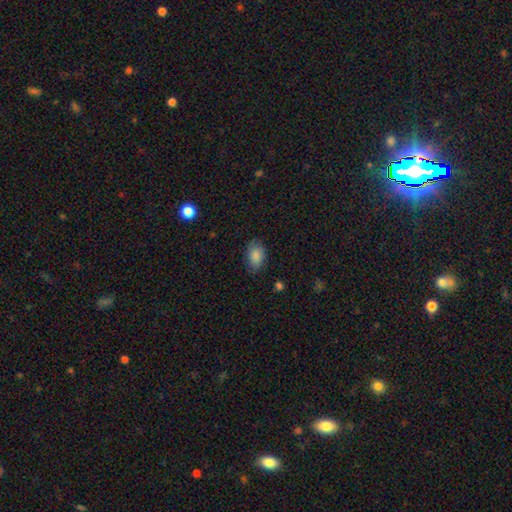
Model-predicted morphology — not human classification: smooth-or-featured: smooth: 86% | star or artifact: 8% | featured or disk: 7%
  how-rounded: in between: 88% | round: 11% | cigar-shaped: 1%
  merging: none: 78% | minor disturbance: 17% | major disturbance: 4% | merger: 1%